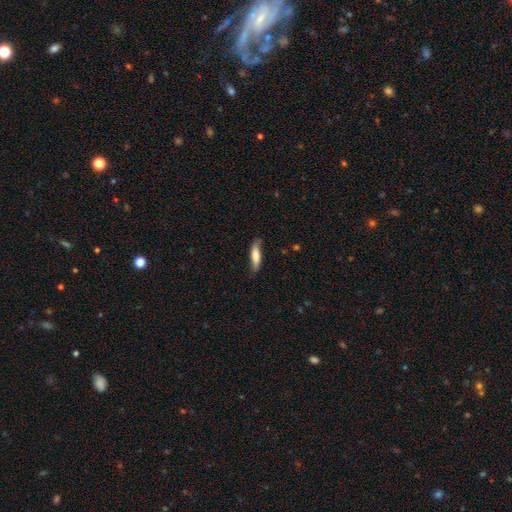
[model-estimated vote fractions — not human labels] The model was most divided on "how rounded": cigar-shaped: 72%, in between: 27%, round: 2%. More confident: merging — none (74%); smooth or featured — smooth (70%).